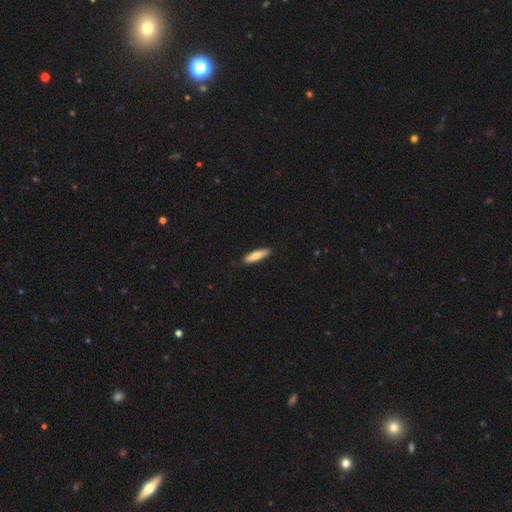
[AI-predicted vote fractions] This appears to be a smooth galaxy with no disk features (77%) that is cigar-shaped (74%). Merging: none (89%).